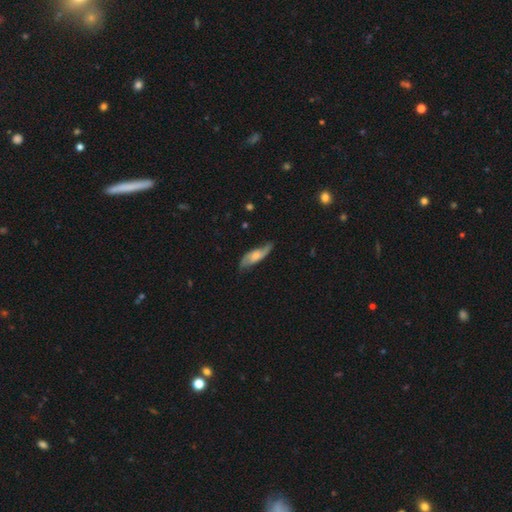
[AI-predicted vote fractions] The model was most divided on "smooth or featured": featured or disk: 60%, smooth: 34%, star or artifact: 6%. More confident: edge-on disk — no (77%); merging — none (71%).